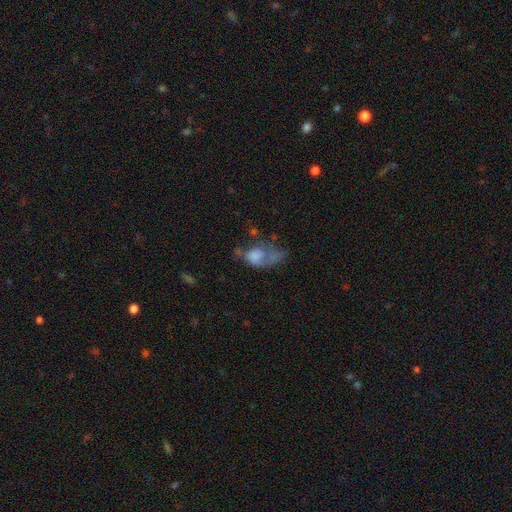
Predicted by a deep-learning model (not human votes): smooth_or_featured: smooth (p=0.48) [alt: featured or disk p=0.38]
merging: major disturbance (p=0.46) [alt: none p=0.23]